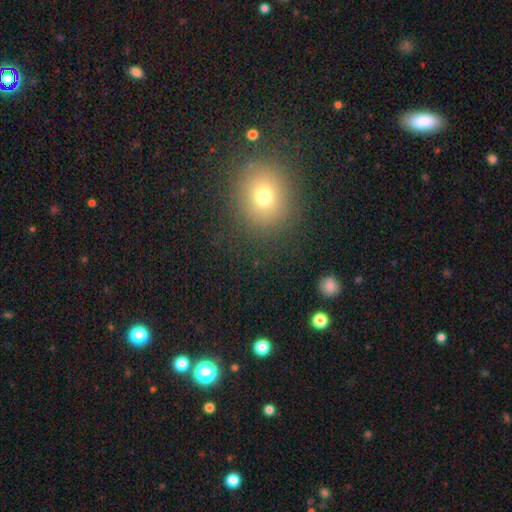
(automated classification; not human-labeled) Morphology: type=smooth (64%); roundness=round (75%); merging=none (88%).